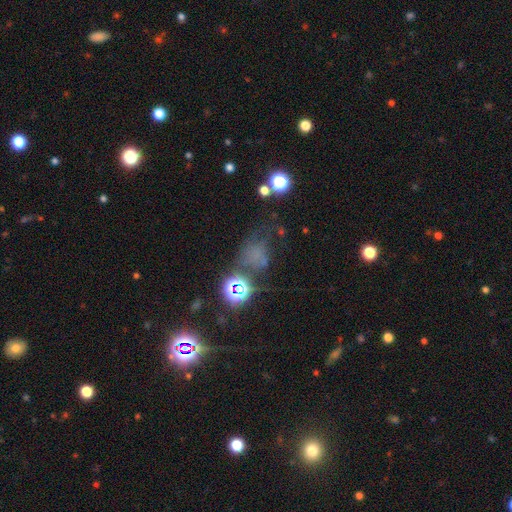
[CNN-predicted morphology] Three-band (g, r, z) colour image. It shows a star or artifact, not a galaxy (42%).